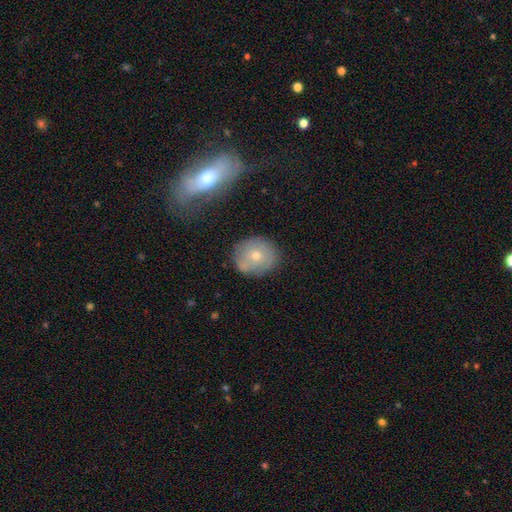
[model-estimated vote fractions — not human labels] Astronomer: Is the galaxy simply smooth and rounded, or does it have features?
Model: smooth — 54% (runner-up: featured or disk, 35%).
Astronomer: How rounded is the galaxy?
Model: round — 80%.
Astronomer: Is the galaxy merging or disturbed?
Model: none — 74%.